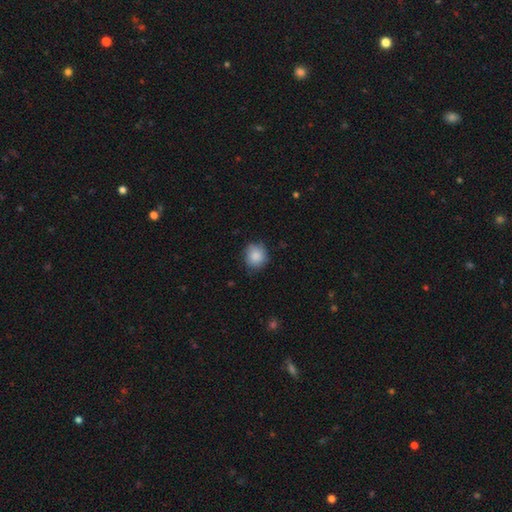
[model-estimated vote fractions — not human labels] This appears to be a smooth galaxy with no disk features (87%) that is round (85%). Merging: none (78%).